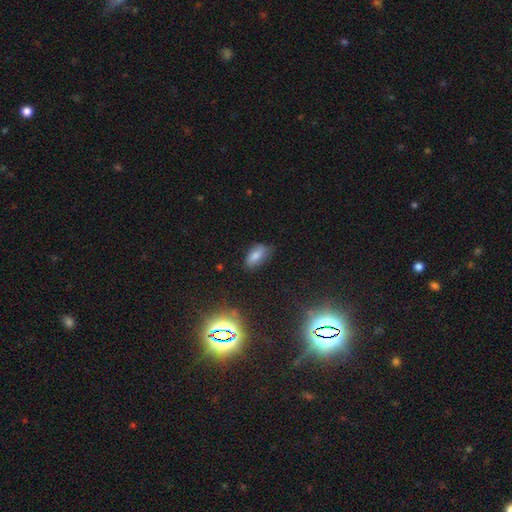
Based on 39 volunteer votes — Volunteers were most divided on "merging": none: 53%, minor disturbance: 42%, major disturbance: 6%, merger: 0%. More confident: how rounded — in between (97%); smooth or featured — smooth (79%).